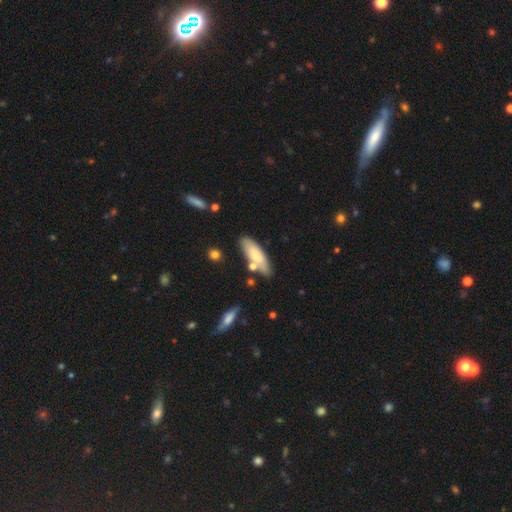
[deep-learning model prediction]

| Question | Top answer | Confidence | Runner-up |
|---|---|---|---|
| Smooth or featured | smooth | 69% | featured or disk (25%) |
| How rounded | in between | 58% | cigar-shaped (40%) |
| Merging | none | 71% | minor disturbance (16%) |